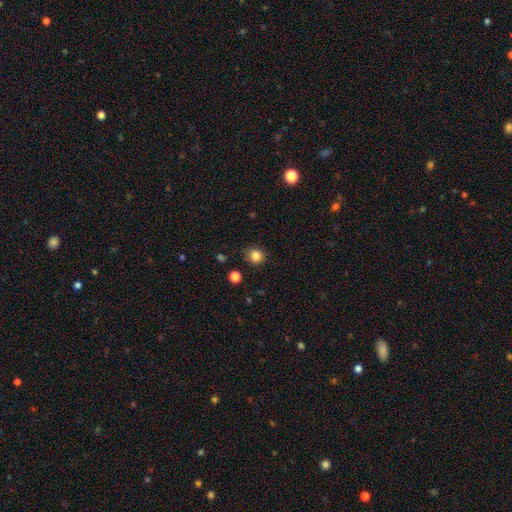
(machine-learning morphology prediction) This is clearly a smooth galaxy (84%). How rounded: clearly round (86%). Merging: clearly none (87%).